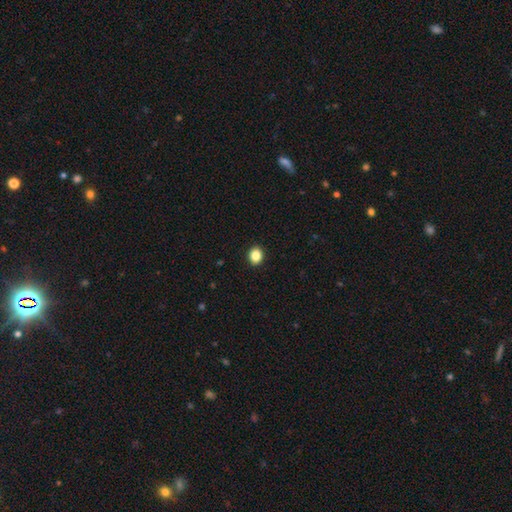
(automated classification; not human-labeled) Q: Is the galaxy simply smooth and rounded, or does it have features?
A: smooth — 86%.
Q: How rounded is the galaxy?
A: round — 59%.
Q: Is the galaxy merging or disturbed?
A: none — 92%.